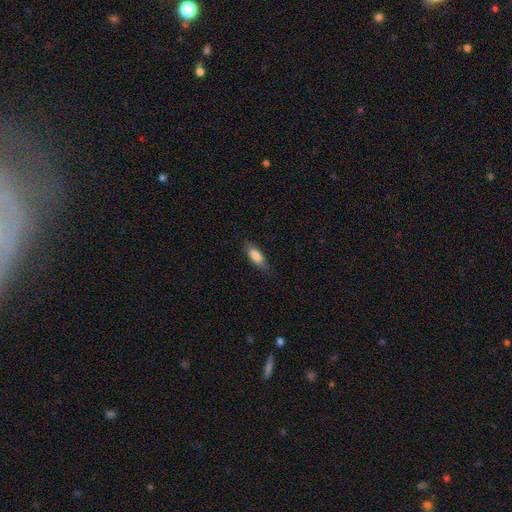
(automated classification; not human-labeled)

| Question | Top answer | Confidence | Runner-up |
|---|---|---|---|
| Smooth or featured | smooth | 84% | featured or disk (10%) |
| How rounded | in between | 72% | cigar-shaped (26%) |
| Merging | none | 80% | minor disturbance (16%) |